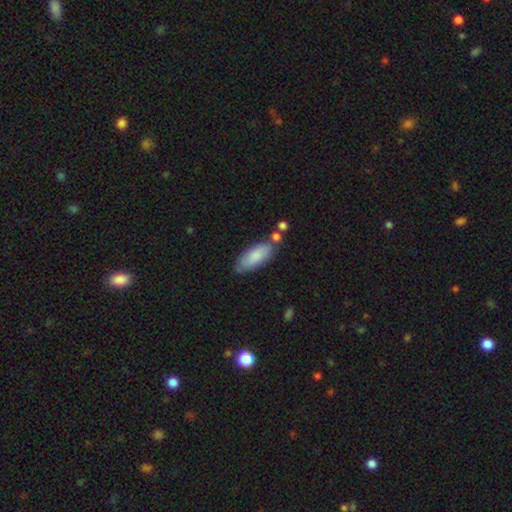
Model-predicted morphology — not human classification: Smooth or featured? smooth (81%)
How rounded? in between (73%)
Merging? none (69%)